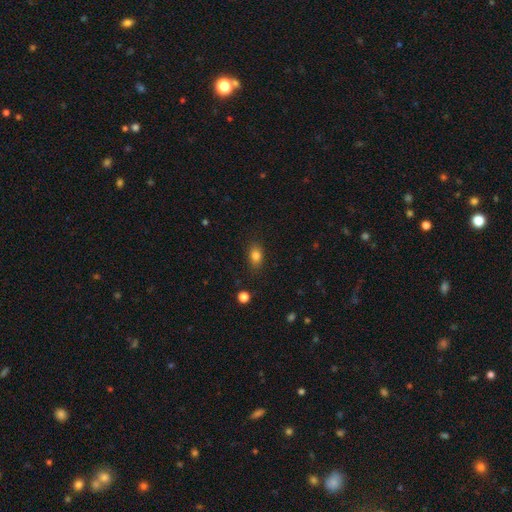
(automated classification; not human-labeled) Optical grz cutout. It shows a smooth galaxy with no disk features (83%) that is in between round and cigar-shaped (74%). Merging: none (83%).